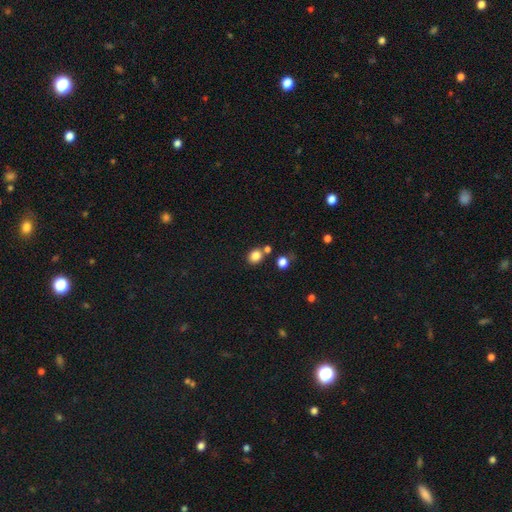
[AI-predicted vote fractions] Overall: smooth (84%). How rounded: round (66%; in between 33%). Merging: none (69%).